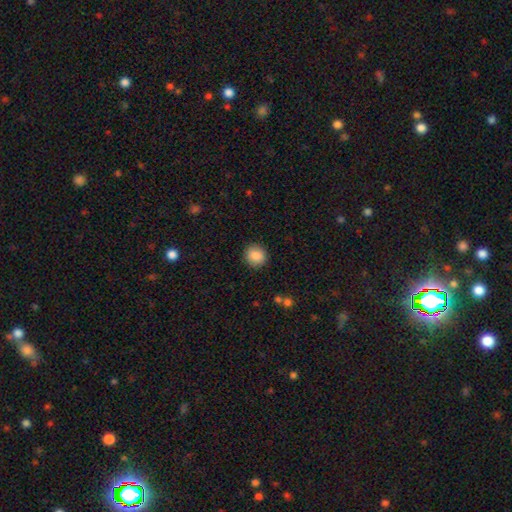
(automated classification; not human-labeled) smooth-or-featured: smooth: 87% | star or artifact: 8% | featured or disk: 5%
  how-rounded: round: 89% | in between: 10% | cigar-shaped: 1%
  merging: none: 91% | minor disturbance: 6% | major disturbance: 2% | merger: 1%